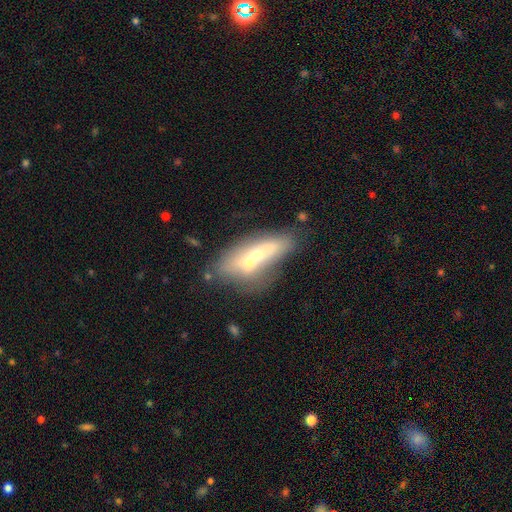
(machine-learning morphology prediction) Q: Smooth or featured?
A: featured or disk (47%); runner-up: smooth (44%)
Q: Merging?
A: merger (49%); runner-up: none (27%)